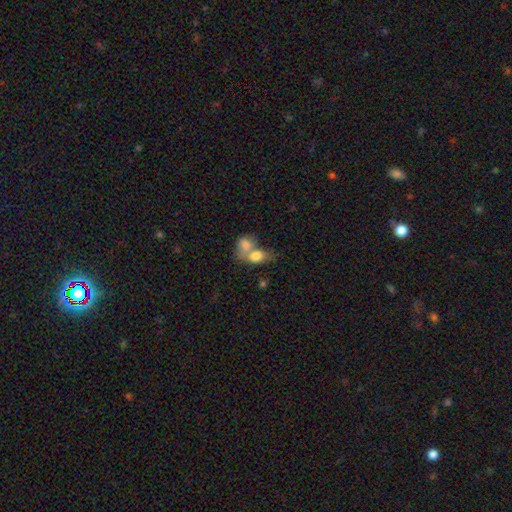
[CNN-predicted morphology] Smooth or featured? smooth (78%)
How rounded? in between (73%)
Merging? merger (70%)